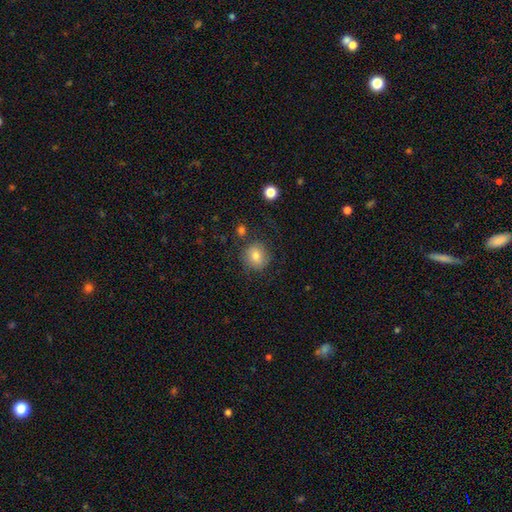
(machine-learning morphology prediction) Q: Smooth or featured?
A: smooth (78%); runner-up: star or artifact (11%)
Q: How rounded?
A: round (85%); runner-up: in between (14%)
Q: Merging?
A: none (80%); runner-up: minor disturbance (12%)